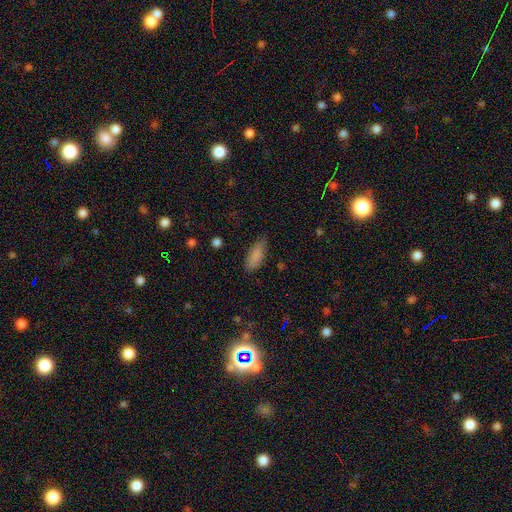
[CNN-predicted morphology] smooth_or_featured: smooth (p=0.85) [alt: star or artifact p=0.07]
how_rounded: in between (p=0.80) [alt: cigar-shaped p=0.17]
merging: none (p=0.70) [alt: minor disturbance p=0.24]